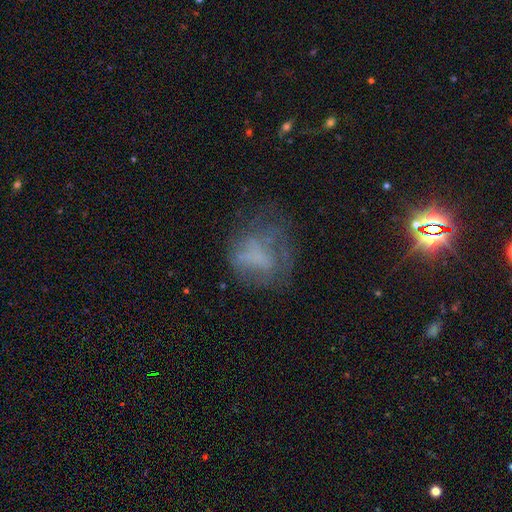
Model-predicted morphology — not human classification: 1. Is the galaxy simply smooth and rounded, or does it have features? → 42% featured or disk, 41% smooth, 17% star or artifact.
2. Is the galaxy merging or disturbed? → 42% none, 32% major disturbance, 22% minor disturbance, 3% merger.